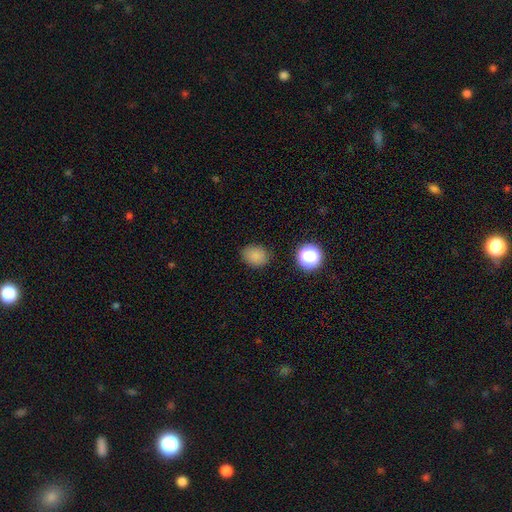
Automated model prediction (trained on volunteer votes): A smooth galaxy with no disk features (82%) that is round (51%).

Vote fractions:
- Smooth or featured? smooth: 82% / star or artifact: 13% / featured or disk: 5%
- How rounded? round: 51% / in between: 48% / cigar-shaped: 1%
- Merging? none: 83% / minor disturbance: 12% / major disturbance: 3% / merger: 2%